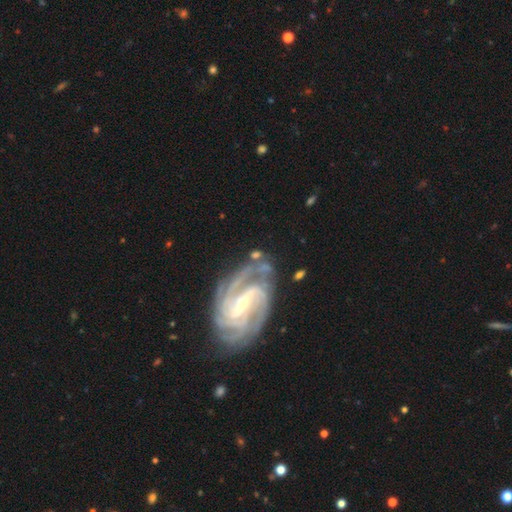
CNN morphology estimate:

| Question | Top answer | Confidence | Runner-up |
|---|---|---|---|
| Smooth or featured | featured or disk | 90% | star or artifact (5%) |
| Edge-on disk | no | 97% | yes (3%) |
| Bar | strong | 56% | weak (33%) |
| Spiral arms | yes | 98% | no (2%) |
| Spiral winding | tight | 49% | medium (42%) |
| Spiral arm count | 3 | 27% | 2 (26%) |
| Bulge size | small | 67% | moderate (28%) |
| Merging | none | 66% | minor disturbance (19%) |